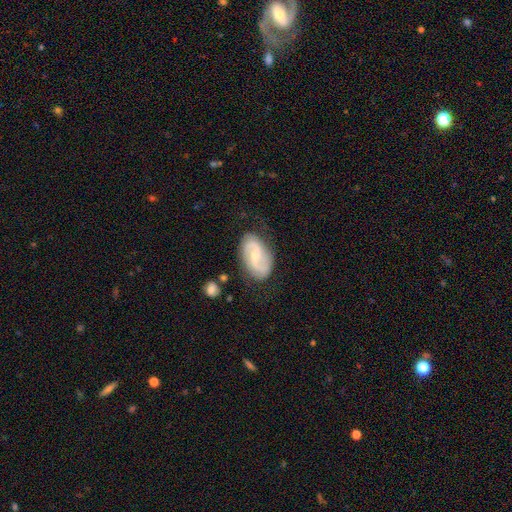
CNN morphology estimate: This appears to be a featured or disk galaxy (80%) with a weak bar (47%), 2 (88%) medium (47%) spiral arms (94%) and a small central bulge (55%). Merging: none (75%).